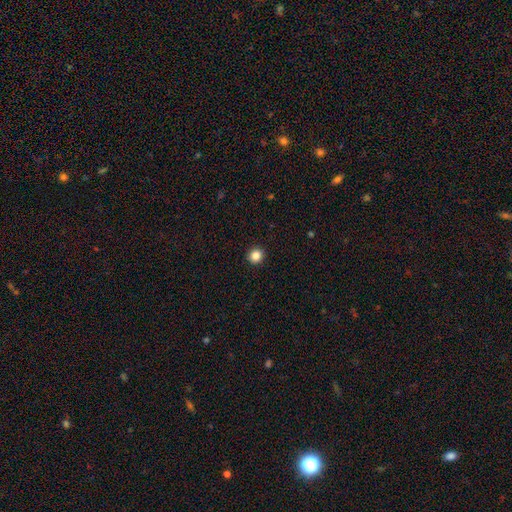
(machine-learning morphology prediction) This appears to be a smooth galaxy with no disk features (85%) that is round (91%). Merging: none (93%).